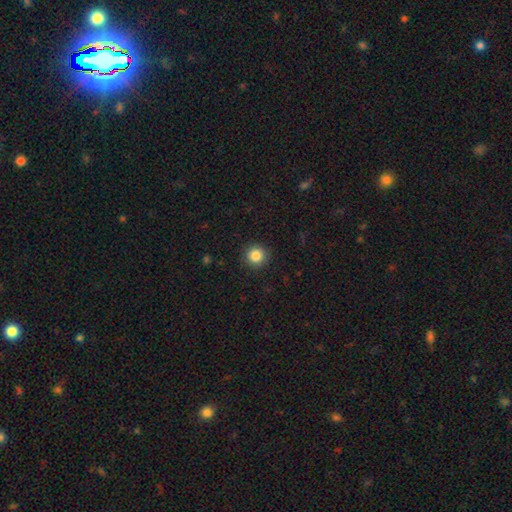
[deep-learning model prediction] This is clearly a smooth galaxy (85%). How rounded: clearly round (95%). Merging: clearly none (91%).